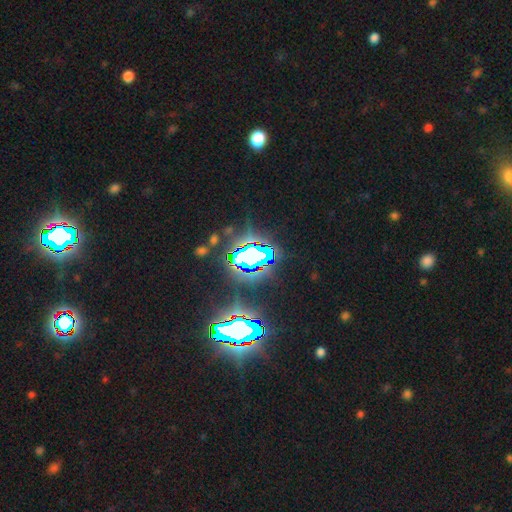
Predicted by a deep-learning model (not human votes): smooth-or-featured: star or artifact: 83% | smooth: 10% | featured or disk: 7%